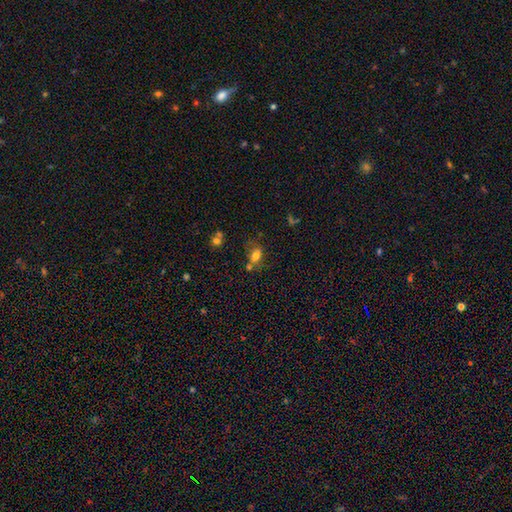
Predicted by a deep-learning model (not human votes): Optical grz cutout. It shows a smooth galaxy with no disk features (72%) that is in between round and cigar-shaped (79%). Merging: none (49%).